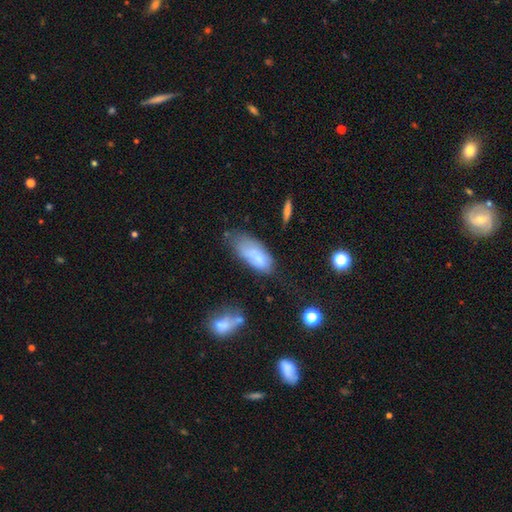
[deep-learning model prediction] Smooth or featured?
  - smooth: 71% *
  - featured or disk: 20%
  - star or artifact: 9%
How rounded?
  - in between: 84% *
  - cigar-shaped: 13%
  - round: 3%
Merging?
  - none: 35% *
  - minor disturbance: 33%
  - major disturbance: 20%
  - merger: 12%